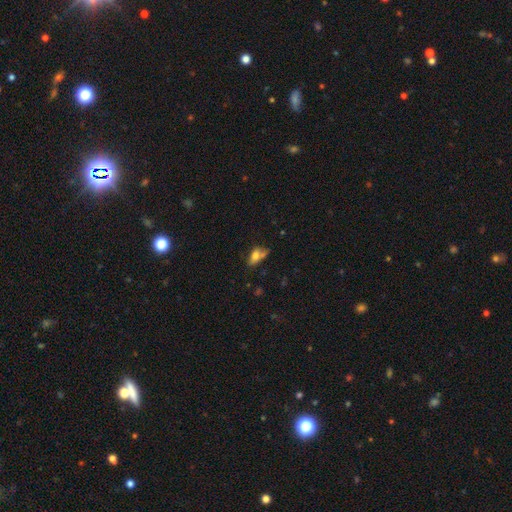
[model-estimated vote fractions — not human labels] Smooth or featured: smooth — 66% (featured or disk — 22%)
How rounded: in between — 81% (cigar-shaped — 11%)
Merging: none — 37% (merger — 25%)